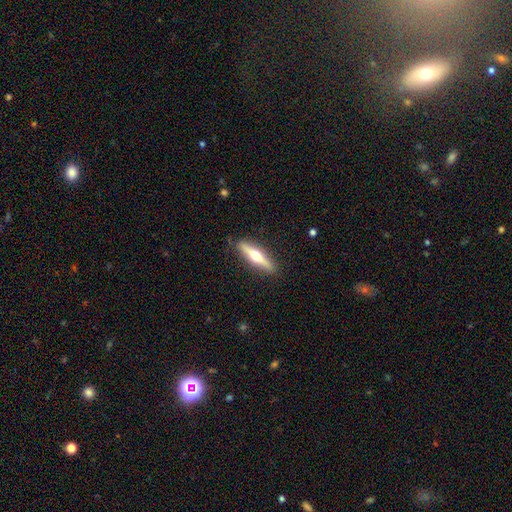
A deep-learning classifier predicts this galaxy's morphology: smooth-or-featured: featured or disk: 61% | smooth: 34% | star or artifact: 5%
  disk-edge-on: yes: 95% | no: 5%
    edge-on-bulge: rounded: 94% | none: 3% | boxy: 3%
  merging: none: 88% | minor disturbance: 9% | major disturbance: 2% | merger: 1%